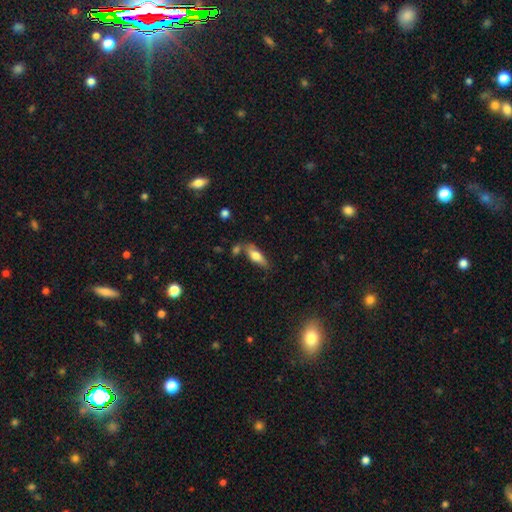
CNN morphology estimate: Q: Smooth or featured?
A: smooth (67%); runner-up: featured or disk (26%)
Q: How rounded?
A: in between (61%); runner-up: cigar-shaped (37%)
Q: Merging?
A: none (64%); runner-up: minor disturbance (19%)